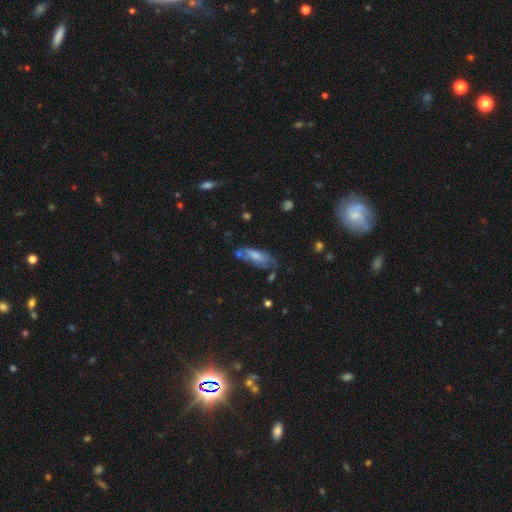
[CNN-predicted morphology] smooth_or_featured: smooth (p=0.65) [alt: featured or disk p=0.27]
how_rounded: in between (p=0.64) [alt: cigar-shaped p=0.33]
merging: none (p=0.46) [alt: minor disturbance p=0.29]